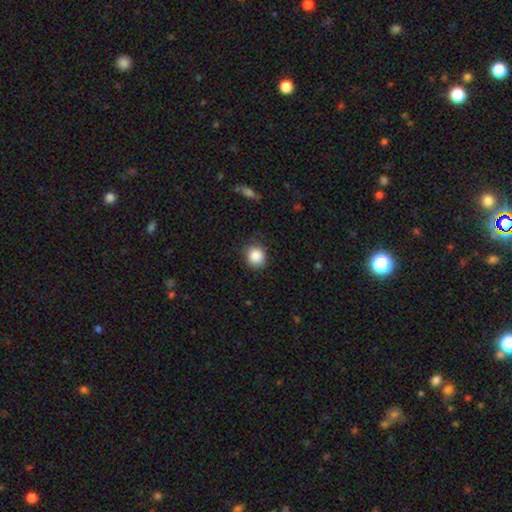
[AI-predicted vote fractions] Smooth or featured? smooth (87%)
How rounded? round (78%)
Merging? none (79%)